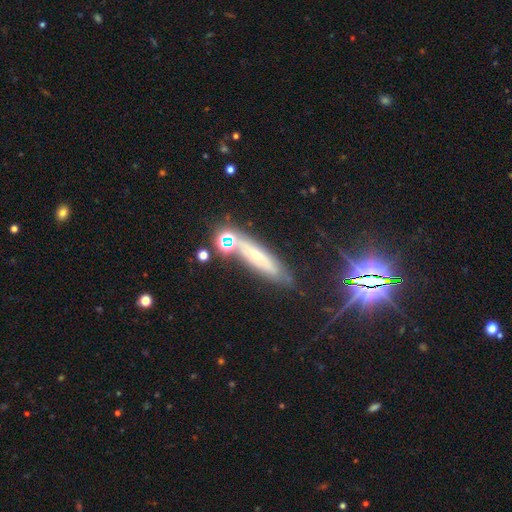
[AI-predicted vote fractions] Smooth or featured?
  - featured or disk: 48% *
  - smooth: 30%
  - star or artifact: 22%
Merging?
  - none: 67% *
  - minor disturbance: 16%
  - merger: 12%
  - major disturbance: 6%